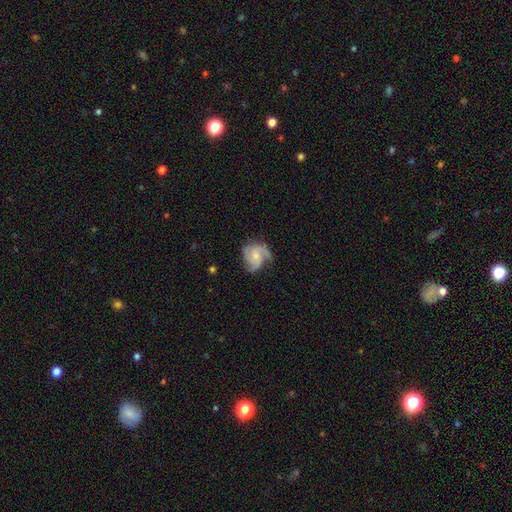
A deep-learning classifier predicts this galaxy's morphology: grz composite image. It shows a featured or disk galaxy (82%) with no bar (71%), 3 (66%) medium (50%) spiral arms (97%) and a small central bulge (58%). Merging: none (64%).